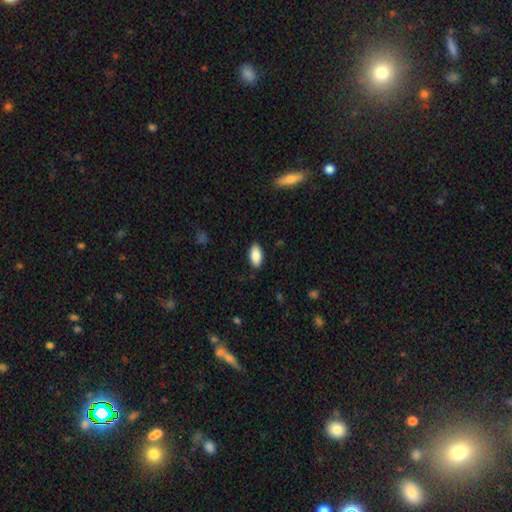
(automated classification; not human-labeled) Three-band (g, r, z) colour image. It shows a smooth galaxy with no disk features (88%) that is in between round and cigar-shaped (91%). Merging: none (87%).